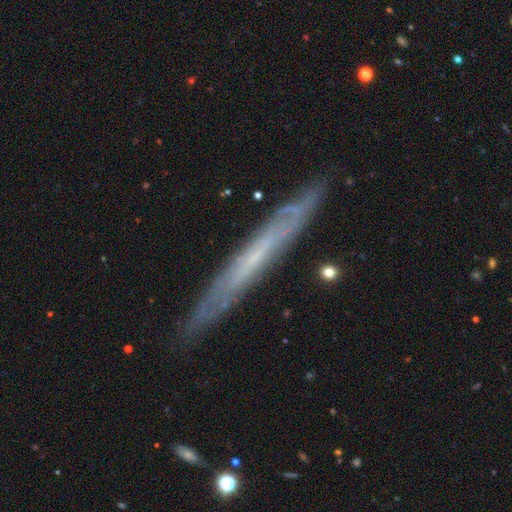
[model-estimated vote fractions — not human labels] A featured or disk galaxy (67%) viewed edge-on (82%) with no central bulge (81%). Merging: none (85%).